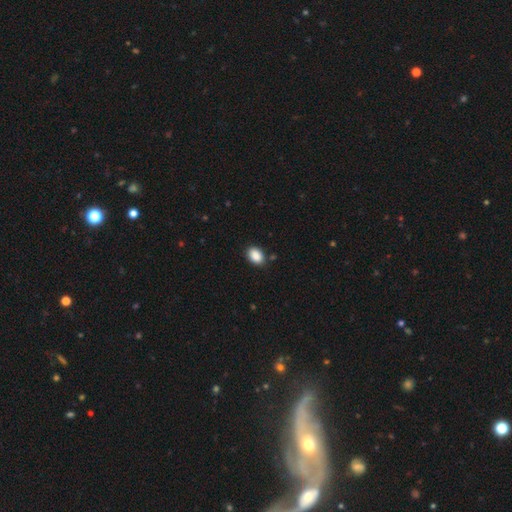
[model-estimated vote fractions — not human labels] The model was most divided on "how rounded": in between: 81%, round: 18%, cigar-shaped: 1%. More confident: smooth or featured — smooth (89%); merging — none (85%).